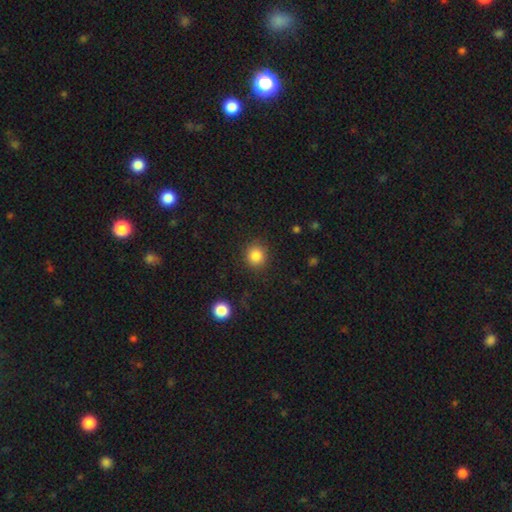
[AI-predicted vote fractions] Smooth or featured: smooth — 85% (star or artifact — 11%)
How rounded: round — 89% (in between — 10%)
Merging: none — 90% (minor disturbance — 7%)